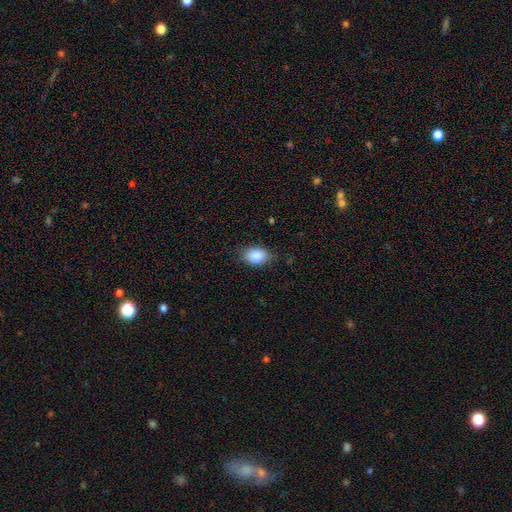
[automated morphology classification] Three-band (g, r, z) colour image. It shows a smooth galaxy with no disk features (85%) that is in between round and cigar-shaped (83%). Merging: none (82%).